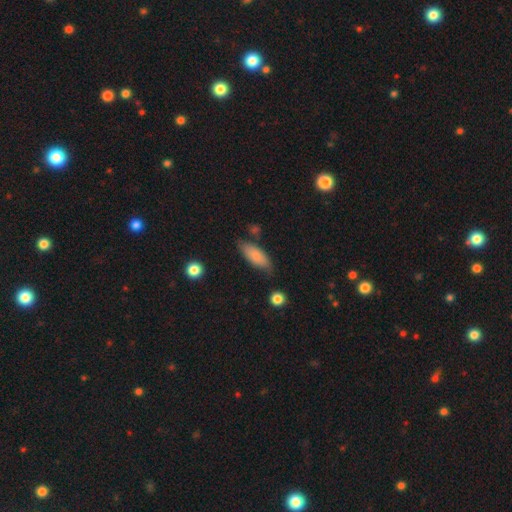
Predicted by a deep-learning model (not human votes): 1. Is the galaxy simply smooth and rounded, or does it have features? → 80% smooth, 14% featured or disk, 6% star or artifact.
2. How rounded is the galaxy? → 75% in between, 22% cigar-shaped, 2% round.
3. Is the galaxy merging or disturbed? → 66% none, 24% minor disturbance, 5% major disturbance, 4% merger.